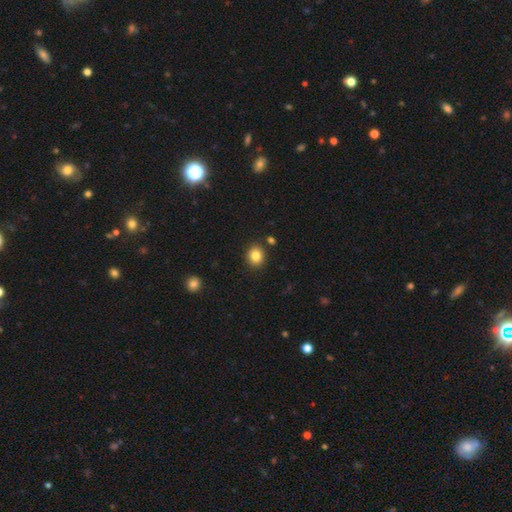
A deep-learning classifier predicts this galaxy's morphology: This is clearly a smooth galaxy (85%). How rounded: likely round (70%). Merging: clearly none (87%).